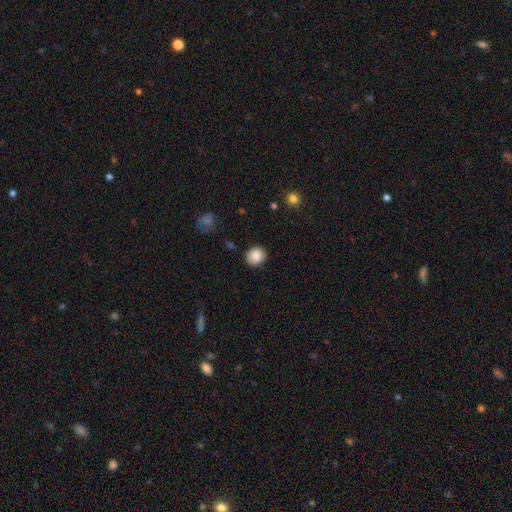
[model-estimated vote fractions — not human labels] Smooth or featured? Predicted: smooth (p=0.87). How rounded? Predicted: round (p=0.72). Merging? Predicted: none (p=0.88).